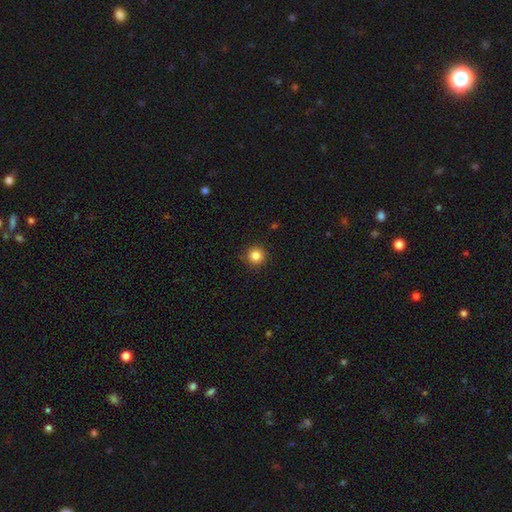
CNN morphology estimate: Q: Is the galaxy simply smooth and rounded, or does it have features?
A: smooth — 84%.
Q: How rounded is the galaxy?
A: round — 95%.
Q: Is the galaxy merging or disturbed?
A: none — 91%.